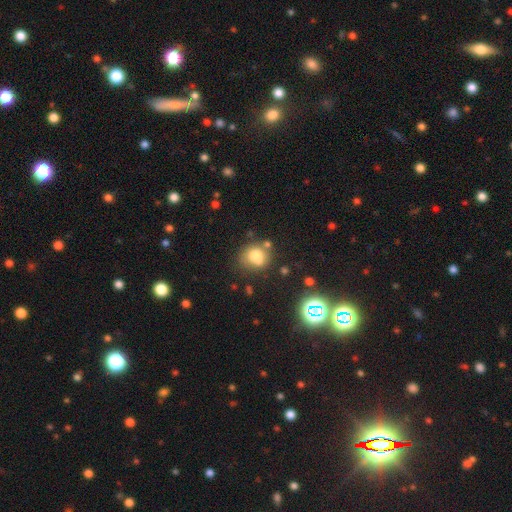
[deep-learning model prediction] This appears to be a smooth galaxy with no disk features (73%) that is round (71%). Merging: none (54%).